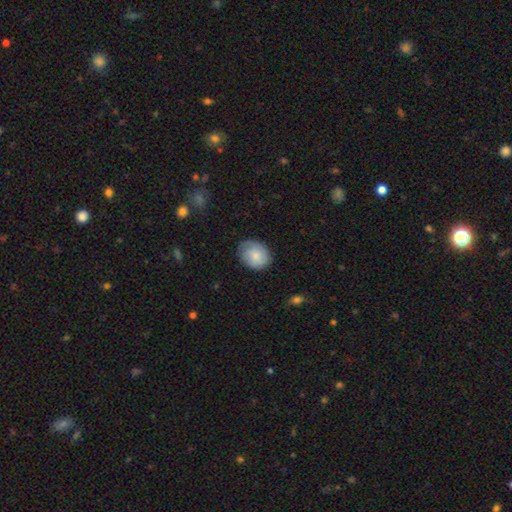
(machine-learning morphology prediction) Smooth or featured?
  - smooth: 70% *
  - featured or disk: 23%
  - star or artifact: 7%
How rounded?
  - round: 53% *
  - in between: 46%
  - cigar-shaped: 1%
Merging?
  - none: 68% *
  - minor disturbance: 24%
  - major disturbance: 6%
  - merger: 1%